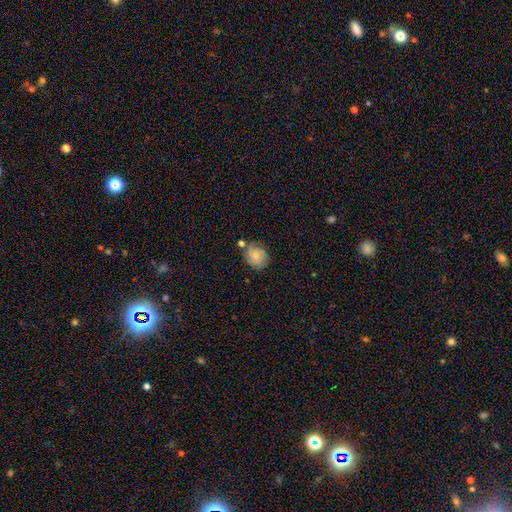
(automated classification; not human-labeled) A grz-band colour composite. It shows a smooth galaxy with no disk features (56%) that is round (65%). Merging: none (59%).